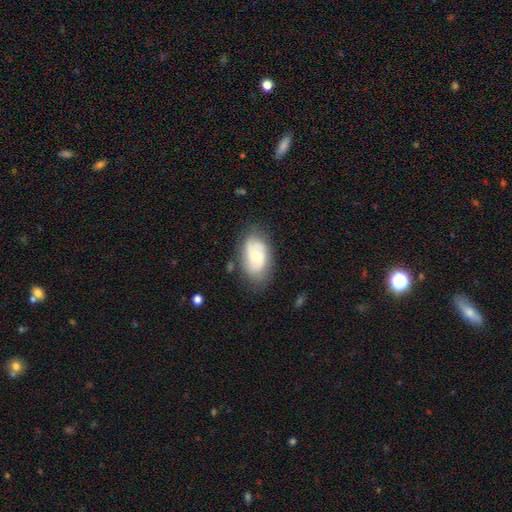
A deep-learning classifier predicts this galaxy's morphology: This appears to be a featured or disk galaxy (60%) with no bar (55%), spiral arms (82%) and a small central bulge (48%). Merging: none (73%).